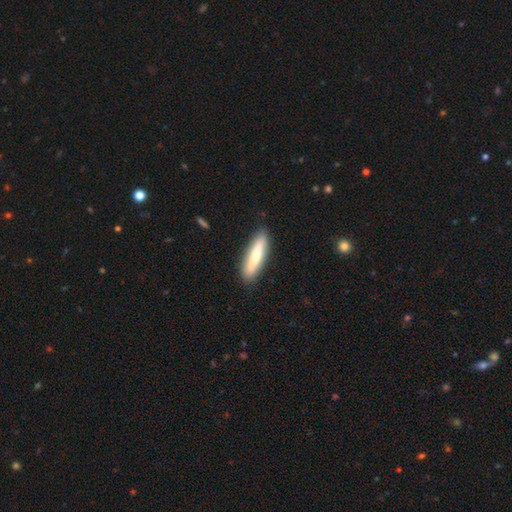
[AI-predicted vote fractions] This appears to be a smooth galaxy with no disk features (63%) that is cigar-shaped (78%). Merging: none (88%).